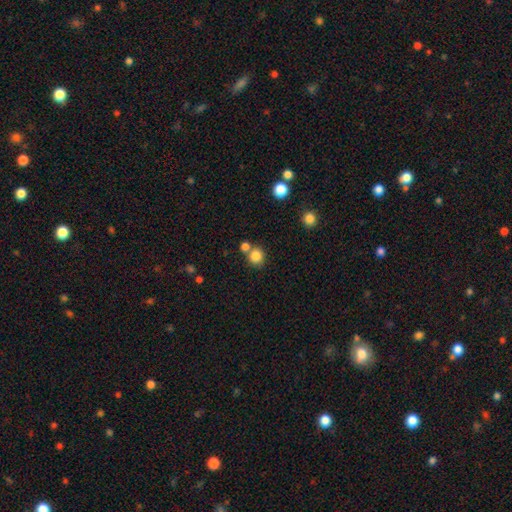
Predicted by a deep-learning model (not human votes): smooth 83%, star or artifact 11%, featured or disk 6%. Down the decision tree: how rounded — round (87%); merging — none (64%).